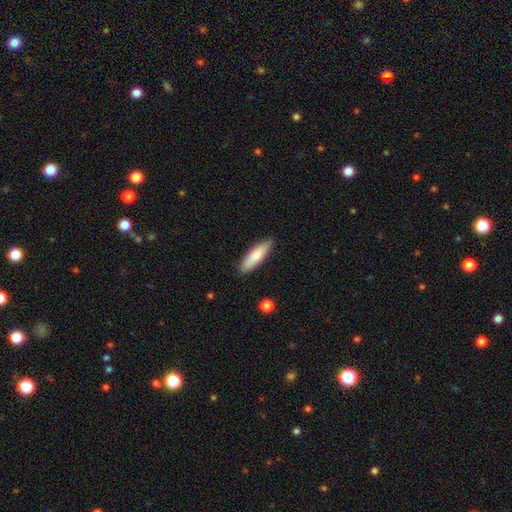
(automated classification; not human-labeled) The model was most divided on "how rounded": cigar-shaped: 60%, in between: 39%, round: 1%. More confident: merging — none (86%); smooth or featured — smooth (79%).